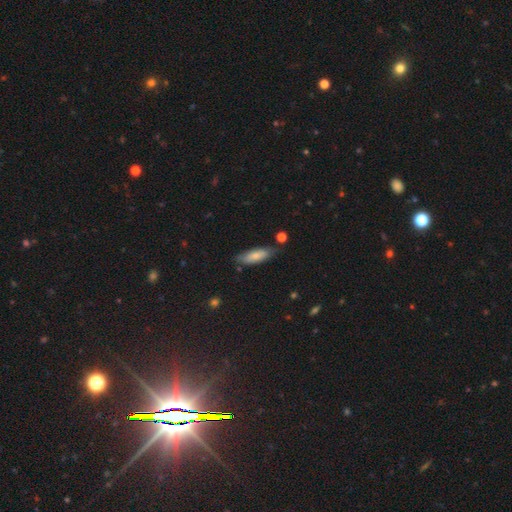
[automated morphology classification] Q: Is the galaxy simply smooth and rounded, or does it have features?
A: smooth — 75%.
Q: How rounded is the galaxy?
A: in between — 61%.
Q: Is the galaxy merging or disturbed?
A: none — 73%.